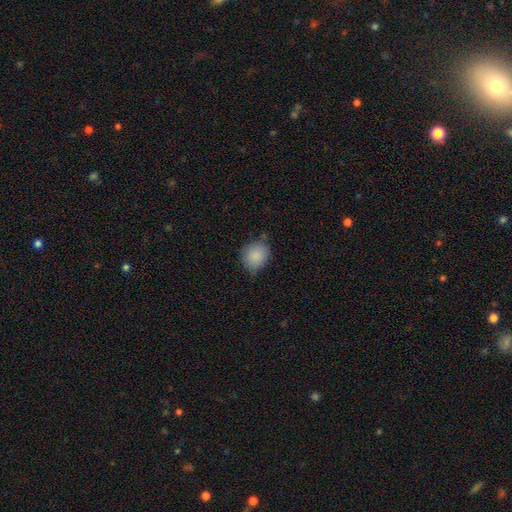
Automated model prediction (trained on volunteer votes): Smooth or featured? smooth (88%)
How rounded? round (72%)
Merging? none (67%)